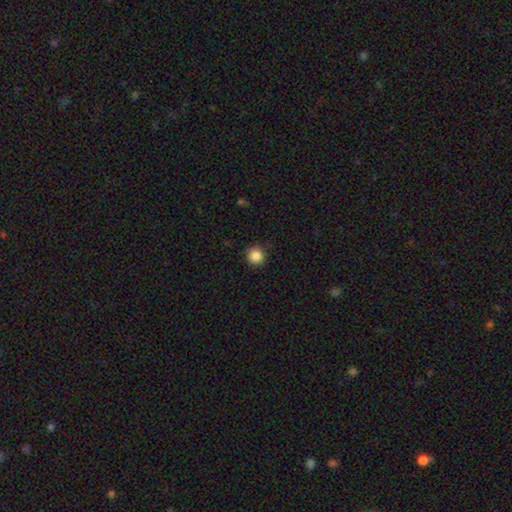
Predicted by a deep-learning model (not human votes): Q: Smooth or featured?
A: smooth (86%); runner-up: star or artifact (10%)
Q: How rounded?
A: round (95%); runner-up: in between (4%)
Q: Merging?
A: none (91%); runner-up: minor disturbance (6%)